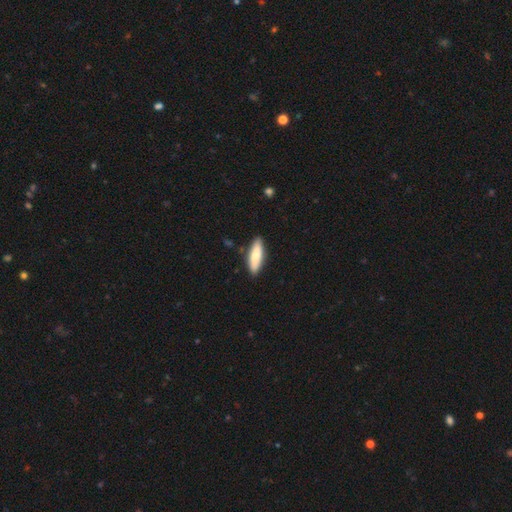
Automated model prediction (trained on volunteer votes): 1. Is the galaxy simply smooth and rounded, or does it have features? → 80% smooth, 14% featured or disk, 5% star or artifact.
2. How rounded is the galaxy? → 50% cigar-shaped, 49% in between, 2% round.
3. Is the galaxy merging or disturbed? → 86% none, 11% minor disturbance, 2% major disturbance, 2% merger.